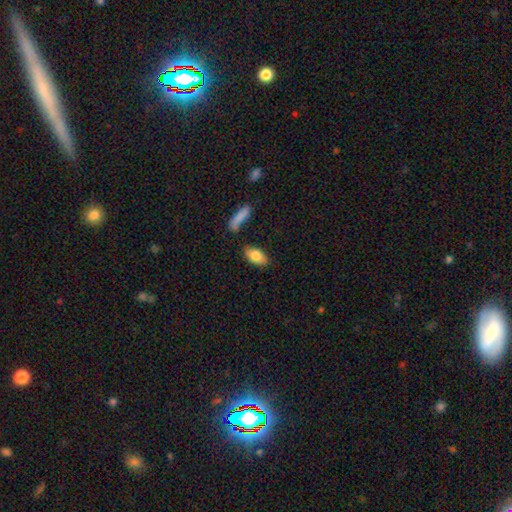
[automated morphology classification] This appears to be a smooth galaxy with no disk features (82%) that is in between round and cigar-shaped (91%). Merging: none (78%).